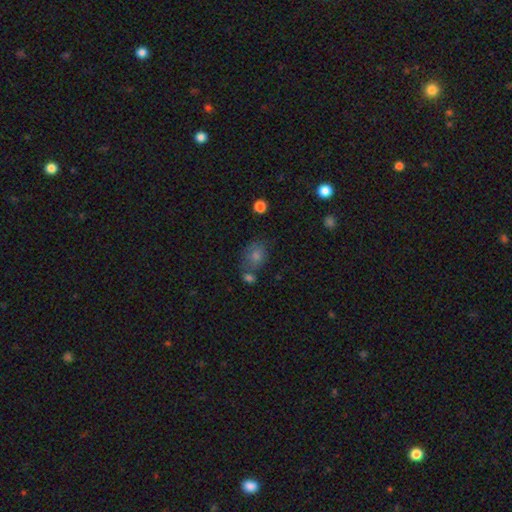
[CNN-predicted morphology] Q: Smooth or featured?
A: smooth (66%); runner-up: star or artifact (21%)
Q: How rounded?
A: in between (50%); runner-up: round (49%)
Q: Merging?
A: none (64%); runner-up: merger (17%)